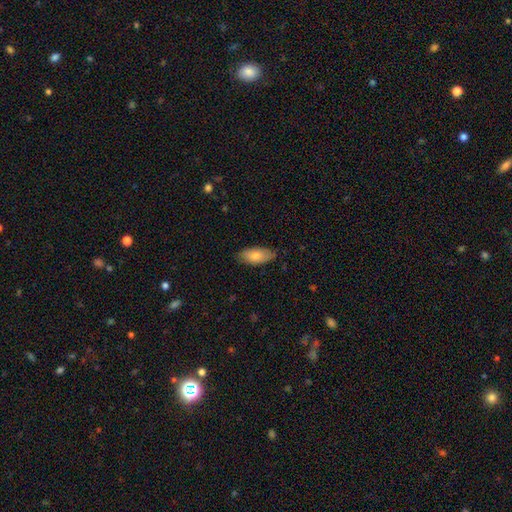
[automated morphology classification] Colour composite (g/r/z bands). It shows a smooth galaxy with no disk features (78%) that is in between round and cigar-shaped (89%). Merging: none (78%).